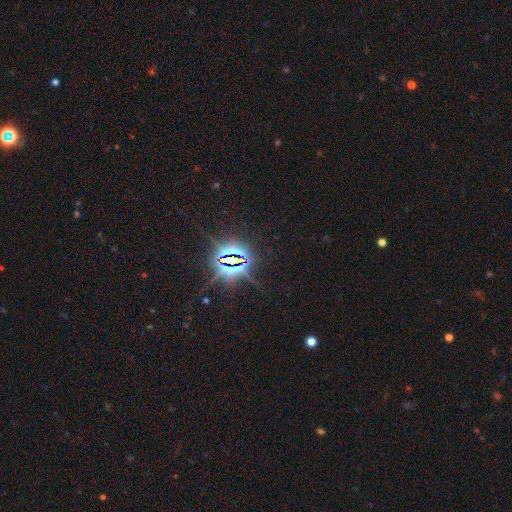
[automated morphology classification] Smooth or featured?
  - star or artifact: 85% *
  - smooth: 8%
  - featured or disk: 7%